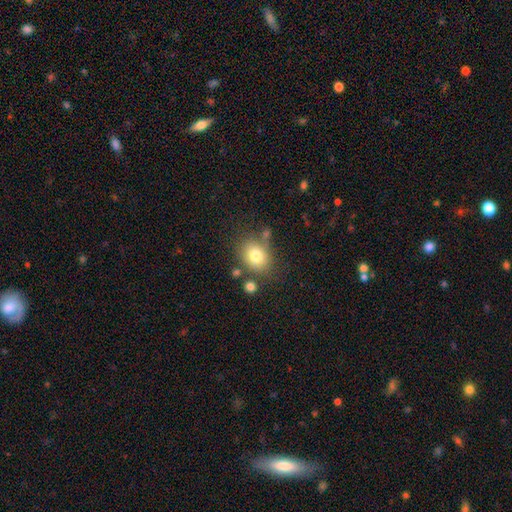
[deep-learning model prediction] Smooth or featured? smooth (77%)
How rounded? round (55%)
Merging? none (71%)